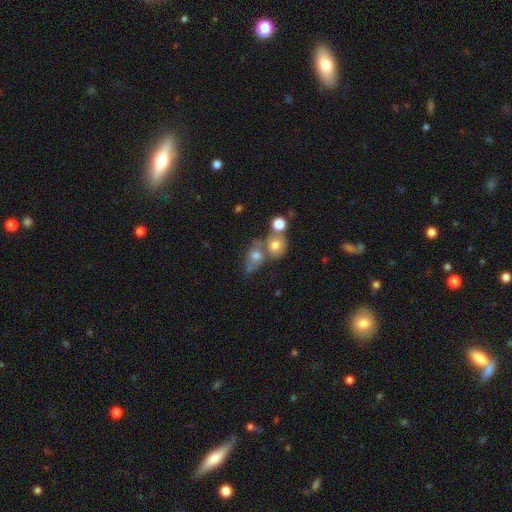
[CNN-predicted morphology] This appears to be a smooth galaxy with no disk features (65%) that is round (58%). Merging: merger (47%).